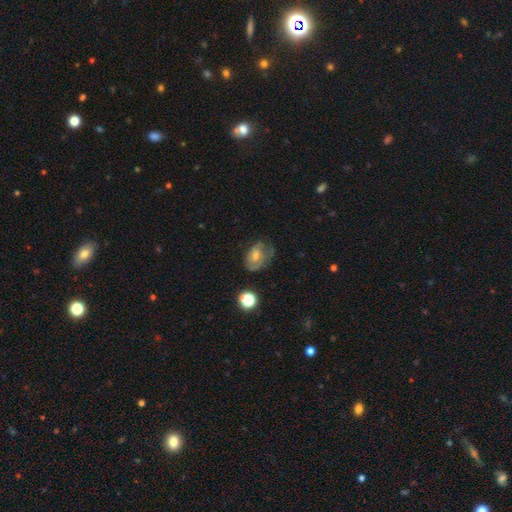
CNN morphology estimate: Overall: smooth (46%; featured or disk 43%). Merging: none (48%; minor disturbance 31%).